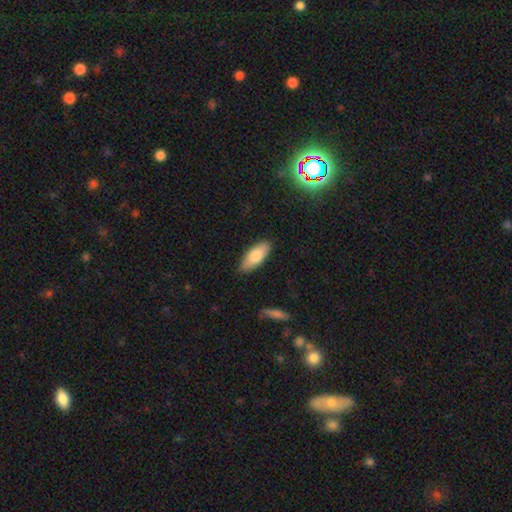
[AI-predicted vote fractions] Q: Smooth or featured?
A: smooth (79%); runner-up: featured or disk (15%)
Q: How rounded?
A: in between (79%); runner-up: cigar-shaped (20%)
Q: Merging?
A: none (85%); runner-up: minor disturbance (11%)